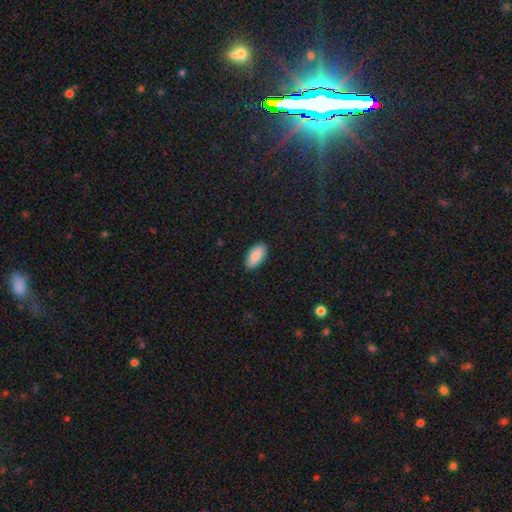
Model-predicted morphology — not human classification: This is clearly a smooth galaxy (87%). How rounded: clearly in between (92%). Merging: clearly none (87%).